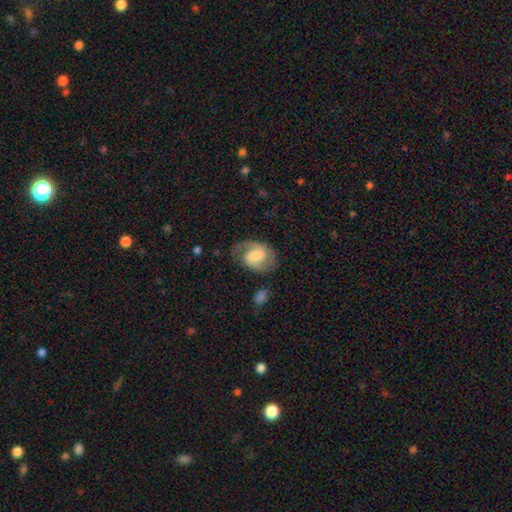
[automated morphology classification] This appears to be a featured or disk galaxy (73%) with a weak bar (50%), 2 (75%) medium (52%) spiral arms (93%) and a moderate central bulge (39%). Merging: none (66%).